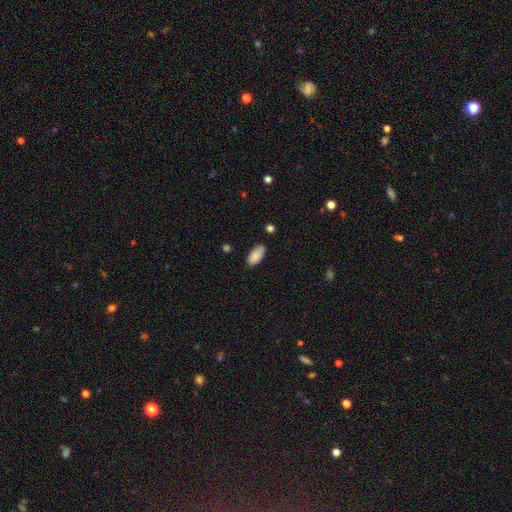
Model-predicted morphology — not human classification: This appears to be a smooth galaxy with no disk features (87%) that is in between round and cigar-shaped (91%). Merging: none (83%).